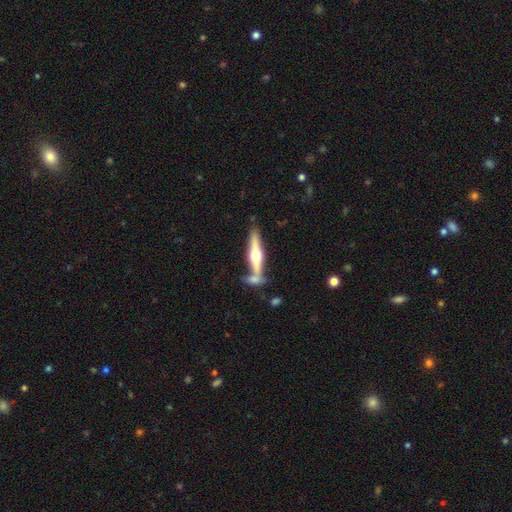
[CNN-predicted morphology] This is likely a featured or disk galaxy (65%). It is clearly viewed edge-on (95%). Edge-on bulge: clearly rounded (93%). Merging: likely none (62%).